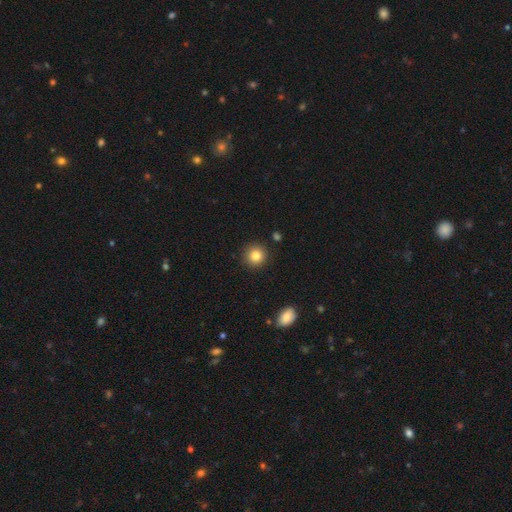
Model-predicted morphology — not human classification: smooth-or-featured: smooth: 84% | star or artifact: 10% | featured or disk: 6%
  how-rounded: round: 93% | in between: 6% | cigar-shaped: 1%
  merging: none: 90% | minor disturbance: 6% | major disturbance: 2% | merger: 2%